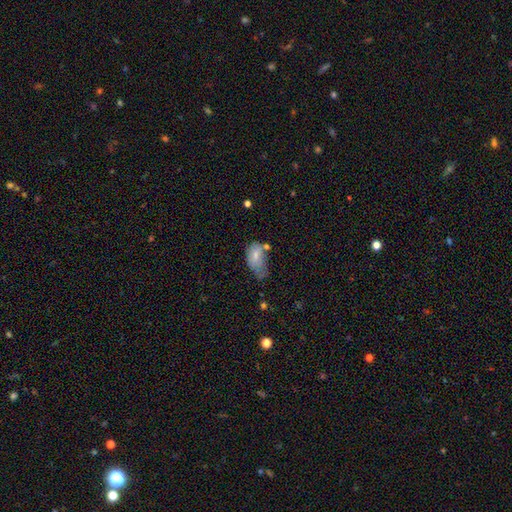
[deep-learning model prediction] Smooth or featured: smooth — 72% (featured or disk — 20%)
How rounded: in between — 90% (round — 7%)
Merging: minor disturbance — 37% (major disturbance — 27%)